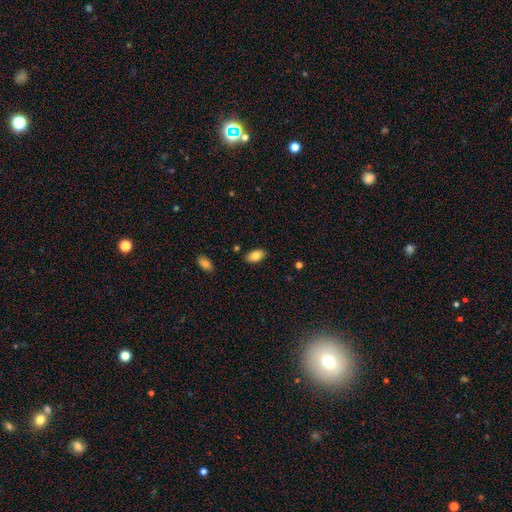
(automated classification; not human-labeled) A smooth galaxy with no disk features (81%) that is in between round and cigar-shaped (93%). Merging: none (86%).